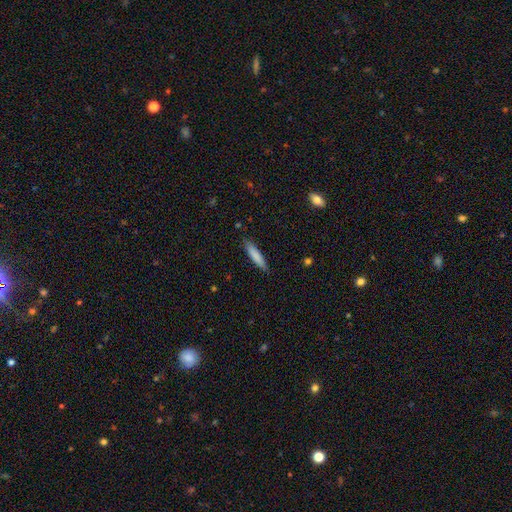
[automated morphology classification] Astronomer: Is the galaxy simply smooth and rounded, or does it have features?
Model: smooth — 82%.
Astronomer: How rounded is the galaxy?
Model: cigar-shaped — 85%.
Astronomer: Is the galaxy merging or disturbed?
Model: none — 86%.